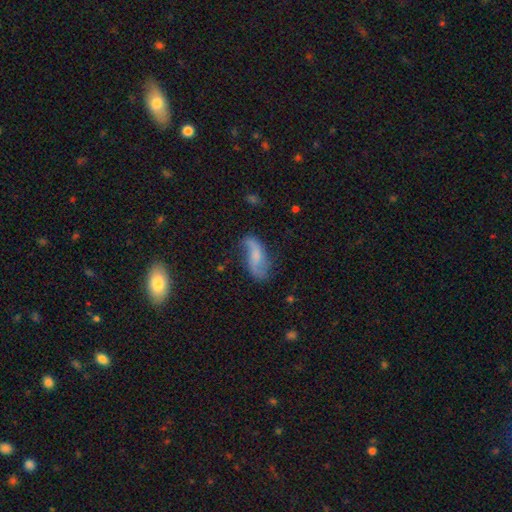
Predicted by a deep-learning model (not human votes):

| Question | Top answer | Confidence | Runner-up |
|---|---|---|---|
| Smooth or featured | featured or disk | 65% | smooth (28%) |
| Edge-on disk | no | 93% | yes (7%) |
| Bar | no | 47% | weak (40%) |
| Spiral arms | yes | 91% | no (9%) |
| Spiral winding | loose | 82% | medium (13%) |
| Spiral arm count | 2 | 89% | can't tell (4%) |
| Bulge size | small | 41% | none (30%) |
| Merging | none | 60% | minor disturbance (24%) |